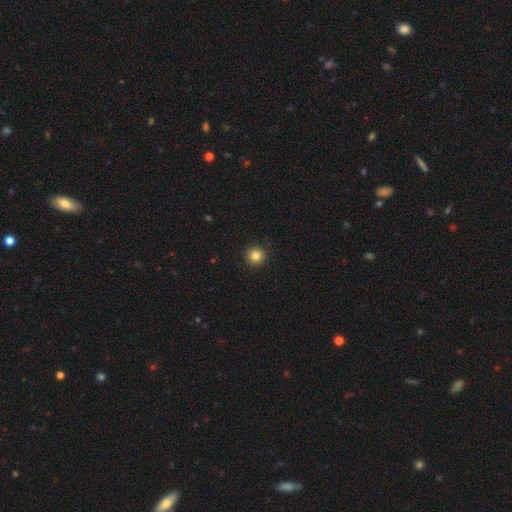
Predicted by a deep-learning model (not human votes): Morphology: type=smooth (83%); roundness=round (95%); merging=none (93%).